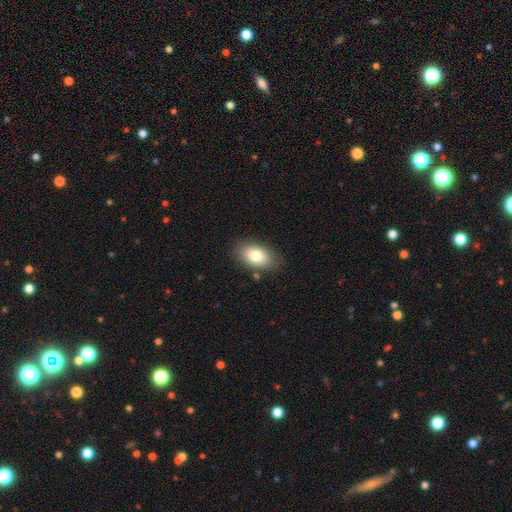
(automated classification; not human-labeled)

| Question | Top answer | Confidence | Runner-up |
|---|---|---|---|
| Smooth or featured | smooth | 80% | featured or disk (12%) |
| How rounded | in between | 90% | round (8%) |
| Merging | none | 83% | minor disturbance (12%) |